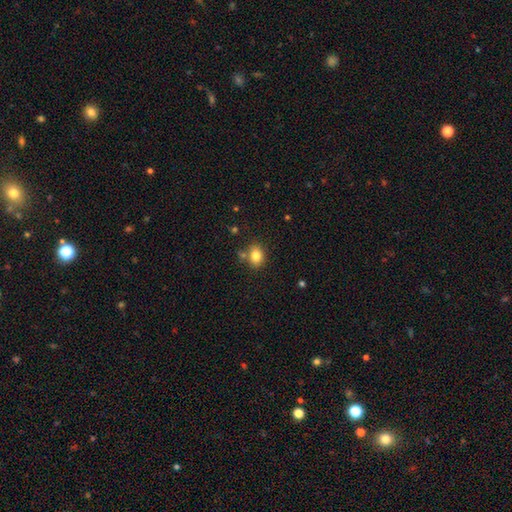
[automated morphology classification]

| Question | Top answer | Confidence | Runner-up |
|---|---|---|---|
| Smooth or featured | smooth | 82% | star or artifact (10%) |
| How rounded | in between | 58% | round (40%) |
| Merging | none | 73% | minor disturbance (13%) |